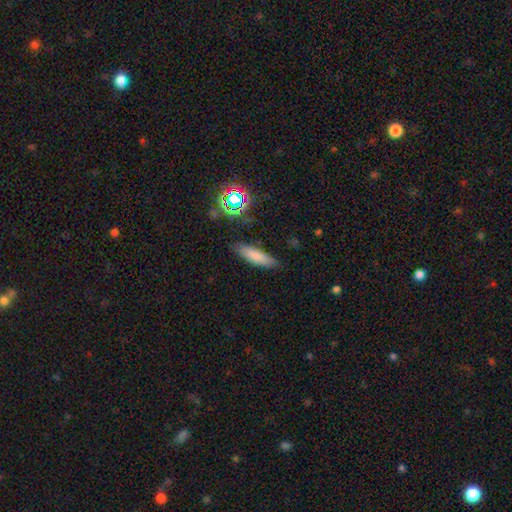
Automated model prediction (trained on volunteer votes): Q: Smooth or featured?
A: smooth (77%); runner-up: star or artifact (12%)
Q: How rounded?
A: cigar-shaped (62%); runner-up: in between (36%)
Q: Merging?
A: none (84%); runner-up: minor disturbance (11%)